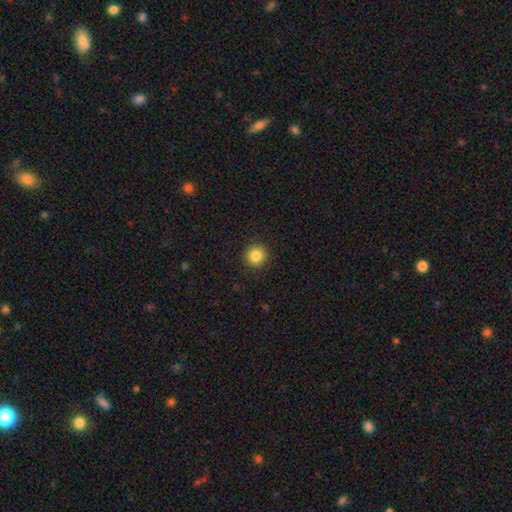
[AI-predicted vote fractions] The model was most divided on "smooth or featured": smooth: 86%, star or artifact: 10%, featured or disk: 4%. More confident: how rounded — round (94%); merging — none (92%).